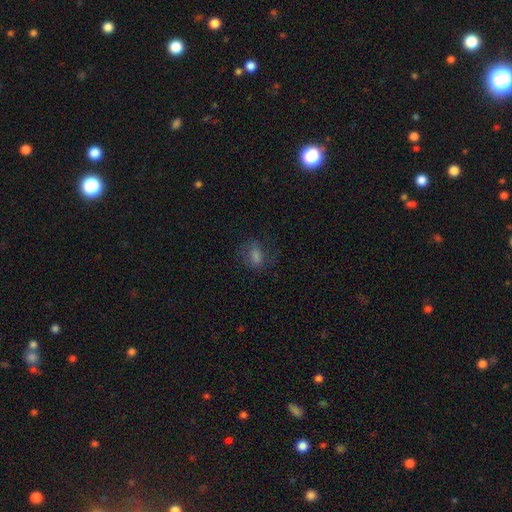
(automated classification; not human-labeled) smooth_or_featured: smooth (p=0.70) [alt: star or artifact p=0.16]
how_rounded: in between (p=0.63) [alt: round p=0.35]
merging: none (p=0.63) [alt: minor disturbance p=0.20]